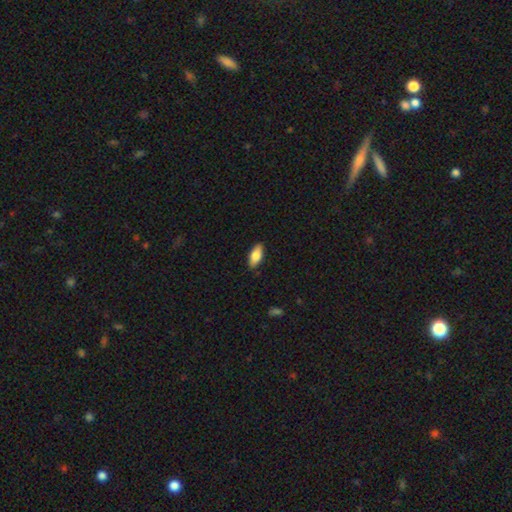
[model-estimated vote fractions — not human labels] smooth_or_featured: smooth (p=0.75) [alt: featured or disk p=0.18]
how_rounded: in between (p=0.83) [alt: cigar-shaped p=0.14]
merging: none (p=0.88) [alt: minor disturbance p=0.10]